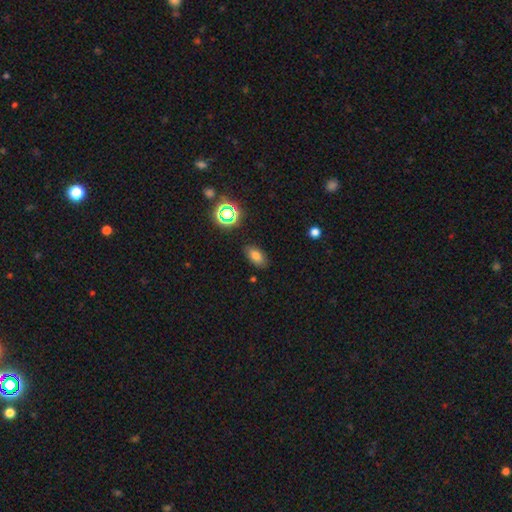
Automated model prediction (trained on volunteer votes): smooth_or_featured: smooth (p=0.73) [alt: star or artifact p=0.17]
how_rounded: in between (p=0.88) [alt: round p=0.07]
merging: none (p=0.85) [alt: minor disturbance p=0.10]